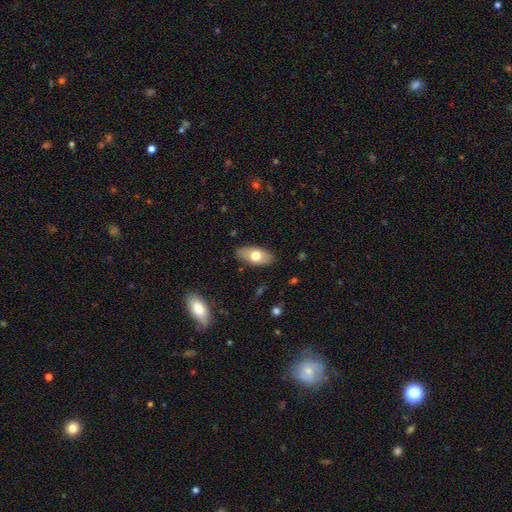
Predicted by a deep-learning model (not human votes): smooth 68%, featured or disk 26%, star or artifact 6%. Down the decision tree: how rounded — in between (91%); merging — none (87%).